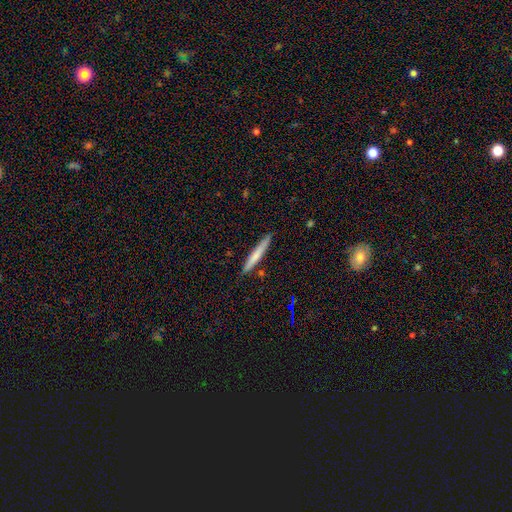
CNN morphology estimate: A smooth galaxy with no disk features (67%) that is cigar-shaped (95%).

Vote fractions:
- Smooth or featured? smooth: 67% / featured or disk: 27% / star or artifact: 6%
- How rounded? cigar-shaped: 95% / in between: 3% / round: 1%
- Merging? none: 88% / minor disturbance: 8% / merger: 2% / major disturbance: 2%